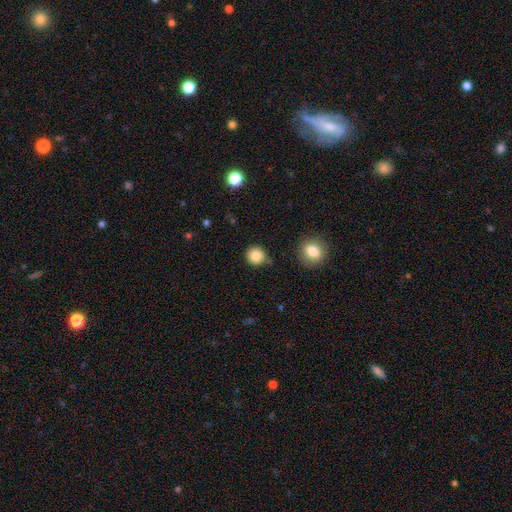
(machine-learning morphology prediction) Smooth or featured? Predicted: smooth (p=0.83). How rounded? Predicted: round (p=0.92). Merging? Predicted: none (p=0.83).